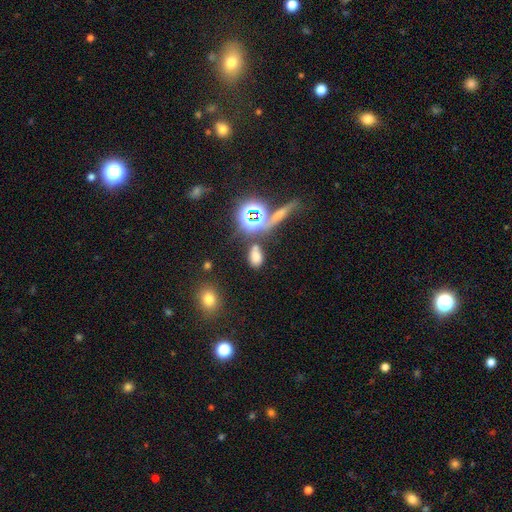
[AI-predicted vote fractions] Smooth or featured?
  - smooth: 67% *
  - star or artifact: 25%
  - featured or disk: 8%
How rounded?
  - in between: 85% *
  - round: 12%
  - cigar-shaped: 4%
Merging?
  - none: 65% *
  - minor disturbance: 15%
  - merger: 13%
  - major disturbance: 7%